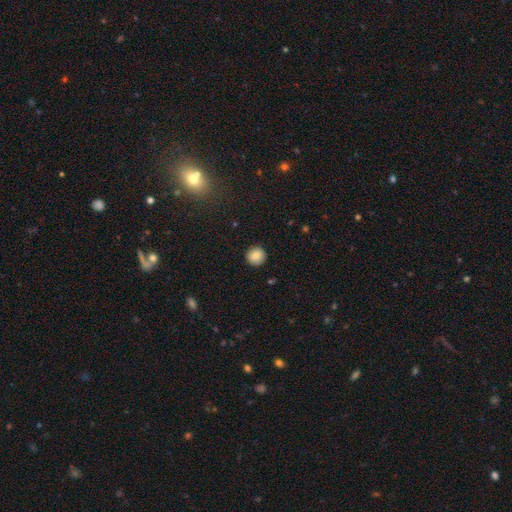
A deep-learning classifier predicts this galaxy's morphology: The model was most divided on "smooth or featured": smooth: 85%, star or artifact: 9%, featured or disk: 7%. More confident: how rounded — round (94%); merging — none (91%).